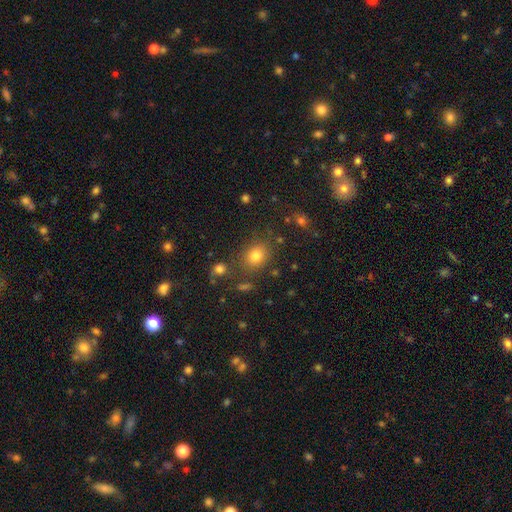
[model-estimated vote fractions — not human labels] smooth_or_featured: smooth (p=0.76) [alt: star or artifact p=0.17]
how_rounded: round (p=0.60) [alt: in between p=0.39]
merging: none (p=0.79) [alt: minor disturbance p=0.11]